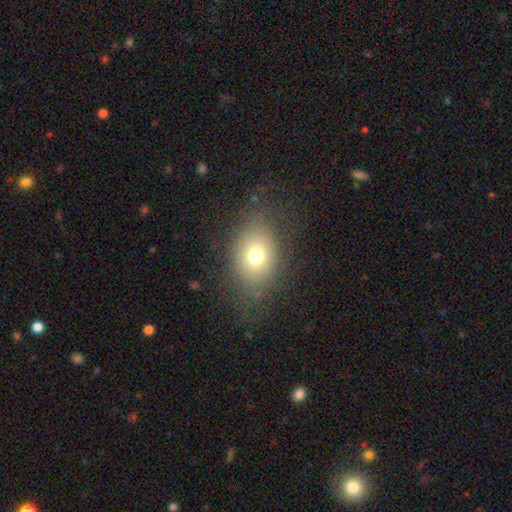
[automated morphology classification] Smooth or featured?
  - smooth: 71% *
  - featured or disk: 16%
  - star or artifact: 14%
How rounded?
  - in between: 67% *
  - round: 32%
  - cigar-shaped: 1%
Merging?
  - none: 74% *
  - minor disturbance: 16%
  - major disturbance: 9%
  - merger: 1%